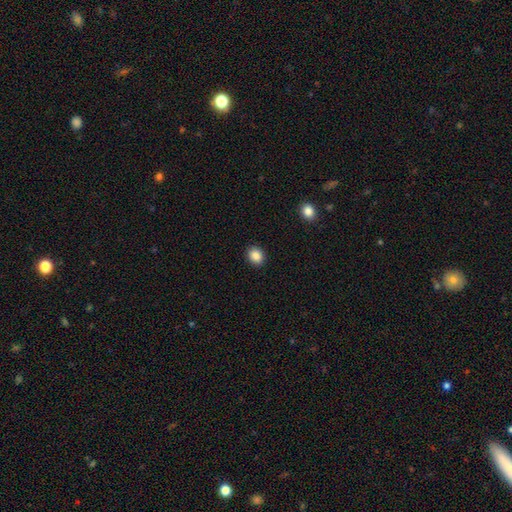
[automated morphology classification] This appears to be a smooth galaxy with no disk features (87%) that is round (58%). Merging: none (91%).